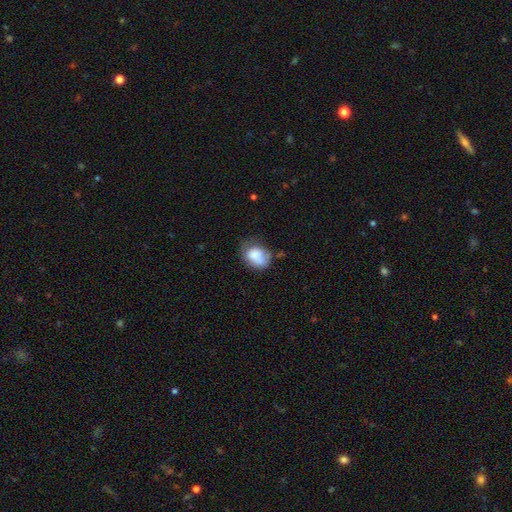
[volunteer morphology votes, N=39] Smooth or featured? smooth (82%)
How rounded? in between (69%)
Merging? none (36%, tied with minor disturbance)